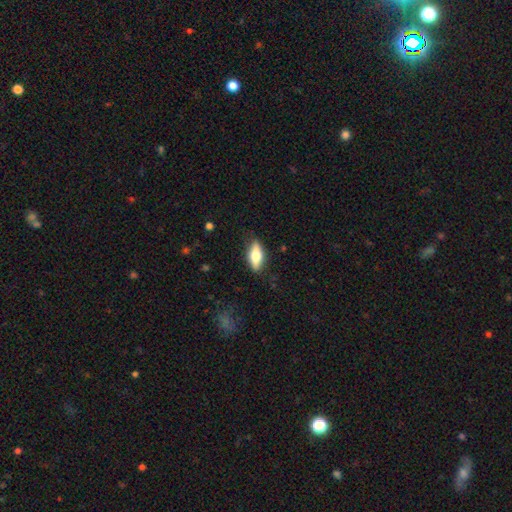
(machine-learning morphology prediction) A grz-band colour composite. It shows a smooth galaxy with no disk features (61%) that is in between round and cigar-shaped (75%). Merging: none (84%).